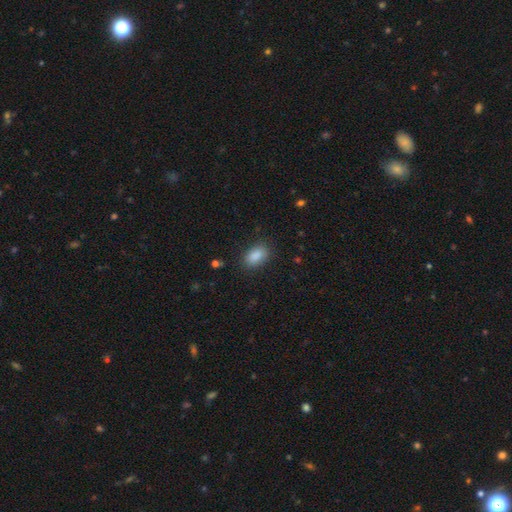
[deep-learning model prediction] Overall: smooth (88%). How rounded: in between (89%). Merging: none (83%).